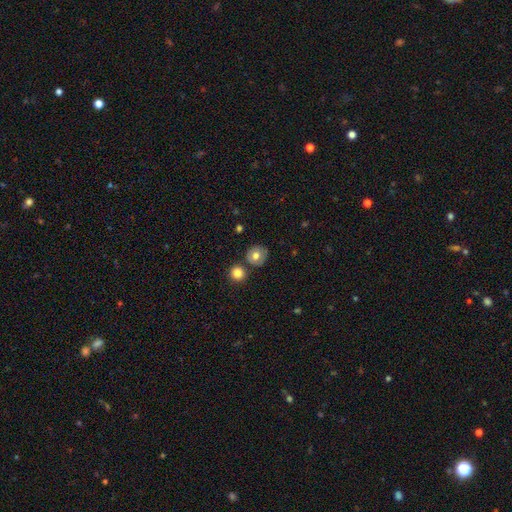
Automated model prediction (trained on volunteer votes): Smooth or featured: smooth — 72% (featured or disk — 19%)
How rounded: round — 89% (in between — 10%)
Merging: none — 78% (minor disturbance — 10%)